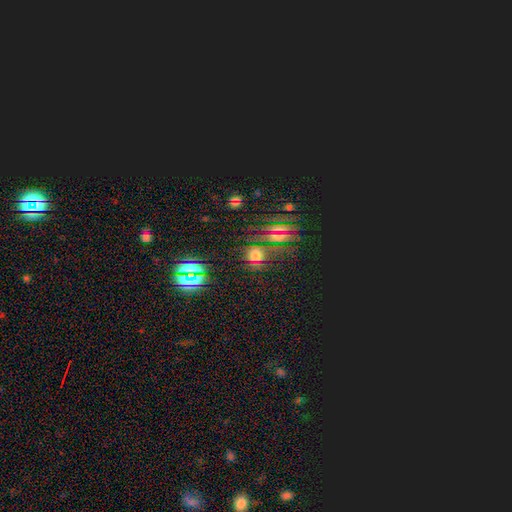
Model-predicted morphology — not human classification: smooth_or_featured: star or artifact (p=0.58) [alt: smooth p=0.31]